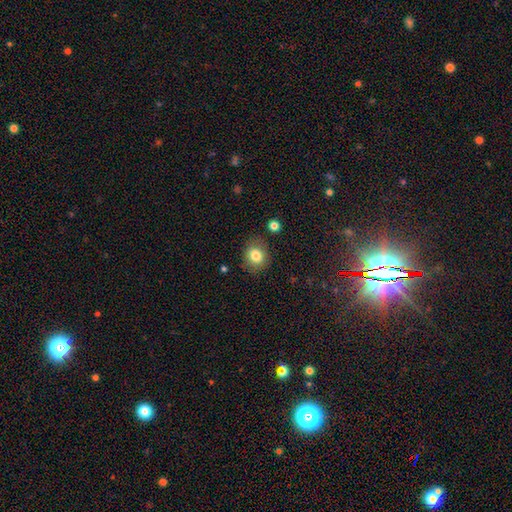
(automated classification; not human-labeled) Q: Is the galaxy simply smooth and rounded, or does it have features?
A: smooth — 82%.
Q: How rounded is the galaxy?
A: round — 67%.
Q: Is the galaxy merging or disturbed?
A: none — 82%.